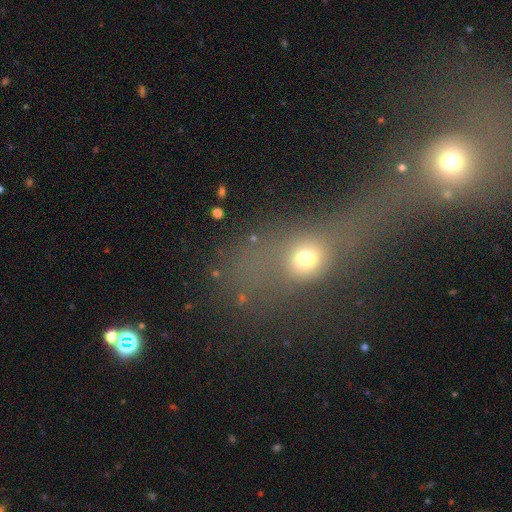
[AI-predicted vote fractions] Morphology: type=smooth (46%); merging=merger (72%).